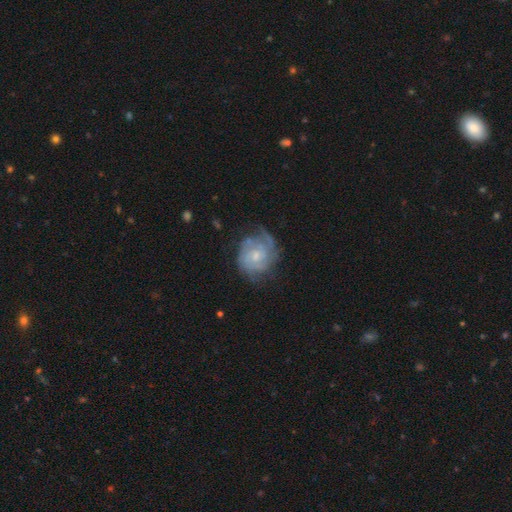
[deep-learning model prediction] A featured or disk galaxy (76%) with no bar (69%), tight (61%) spiral arms (91%) and a small central bulge (58%).

Vote fractions:
- Smooth or featured? featured or disk: 76% / smooth: 18% / star or artifact: 6%
- Edge-on disk? no: 98% / yes: 2%
- Bar? no: 69% / weak: 28% / strong: 3%
- Spiral arms? yes: 91% / no: 9%
- Spiral winding? tight: 61% / medium: 29% / loose: 10%
- Spiral arm count? can't tell: 38% / 2: 27% / 3: 17% / 4: 7% / 1: 7% / more than 4: 4%
- Bulge size? small: 58% / moderate: 34% / none: 5% / large: 2% / dominant: 1%
- Merging? none: 61% / minor disturbance: 23% / major disturbance: 14% / merger: 2%